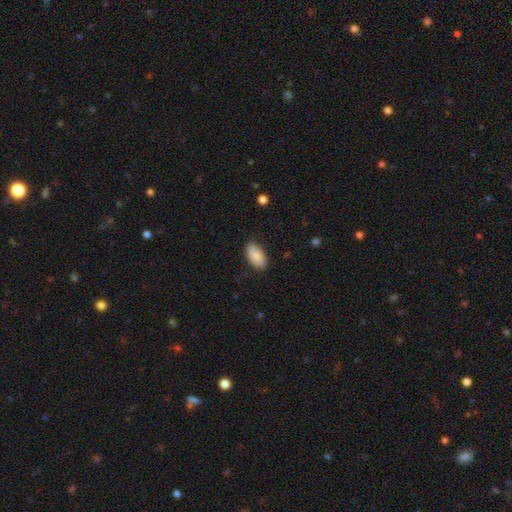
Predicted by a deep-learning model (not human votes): This appears to be a smooth galaxy with no disk features (88%) that is in between round and cigar-shaped (94%). Merging: none (85%).